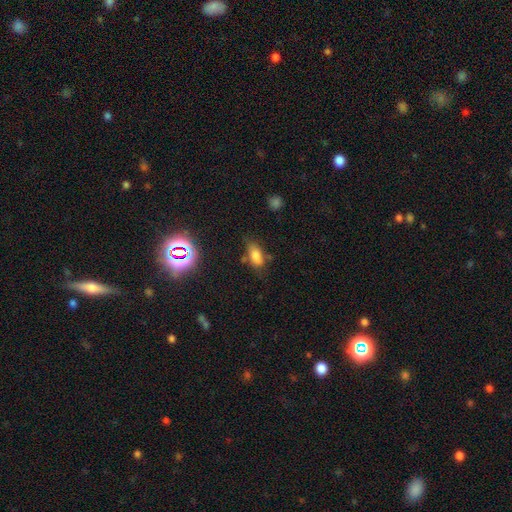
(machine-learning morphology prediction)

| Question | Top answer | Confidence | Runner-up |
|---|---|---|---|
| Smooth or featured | smooth | 73% | star or artifact (15%) |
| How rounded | in between | 85% | cigar-shaped (8%) |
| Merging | none | 59% | minor disturbance (26%) |